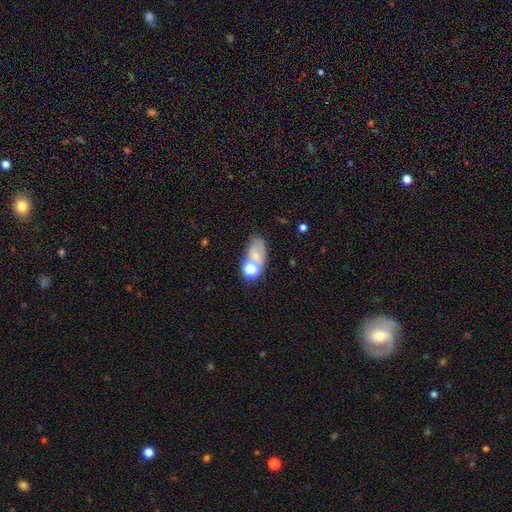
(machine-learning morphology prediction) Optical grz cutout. It shows a smooth galaxy with no disk features (59%) that is in between round and cigar-shaped (81%). Merging: none (45%).